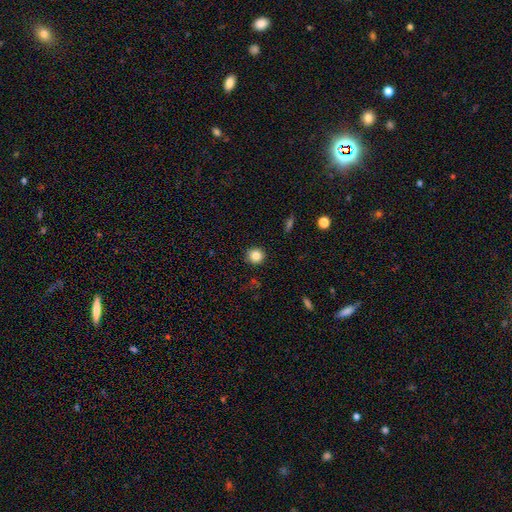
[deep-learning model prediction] This is clearly a smooth galaxy (84%). How rounded: clearly round (92%). Merging: clearly none (91%).